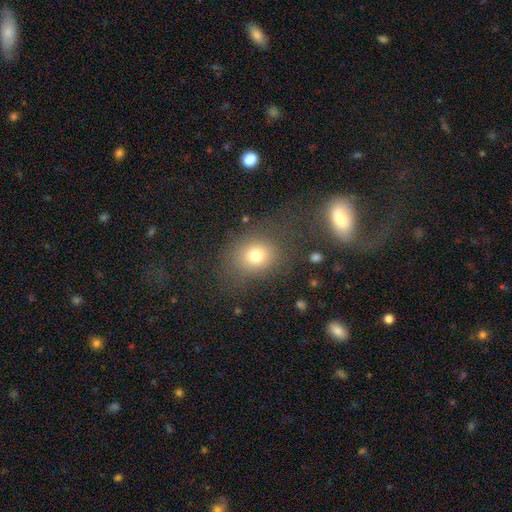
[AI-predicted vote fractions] smooth-or-featured: smooth: 74% | star or artifact: 15% | featured or disk: 11%
  how-rounded: round: 59% | in between: 39% | cigar-shaped: 1%
  merging: none: 71% | minor disturbance: 13% | major disturbance: 11% | merger: 5%